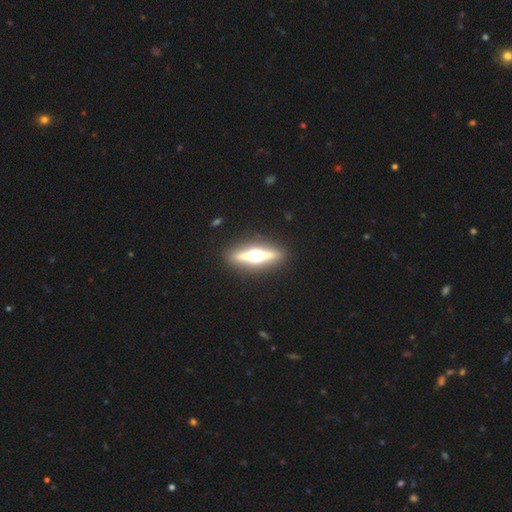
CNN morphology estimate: A featured or disk galaxy (79%) viewed edge-on (97%) with a rounded central bulge (96%). Merging: none (90%).